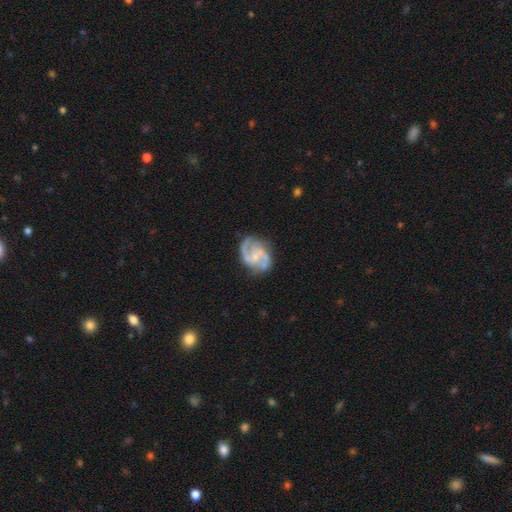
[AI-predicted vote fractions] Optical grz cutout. It shows a featured or disk galaxy (89%) with no bar (45%, tied with weak), 2 (81%) medium (59%) spiral arms (97%) and a small central bulge (55%). Merging: none (72%).